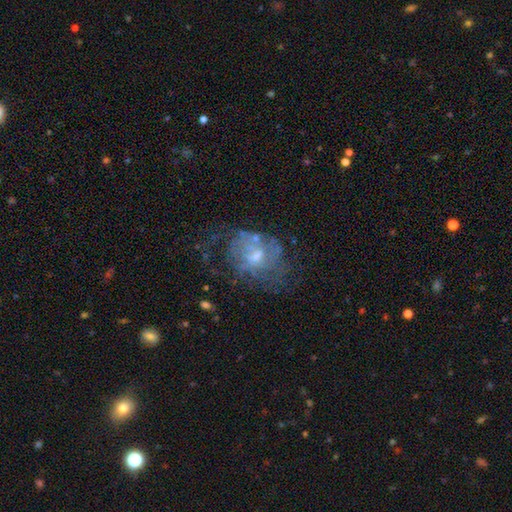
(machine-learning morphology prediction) The model was most divided on "bulge size": moderate: 47%, small: 42%, none: 7%, large: 3%, dominant: 1%. Remaining: edge-on disk — no (97%); smooth or featured — featured or disk (66%); bar — no (62%); spiral arms — yes (58%); merging — none (45%).